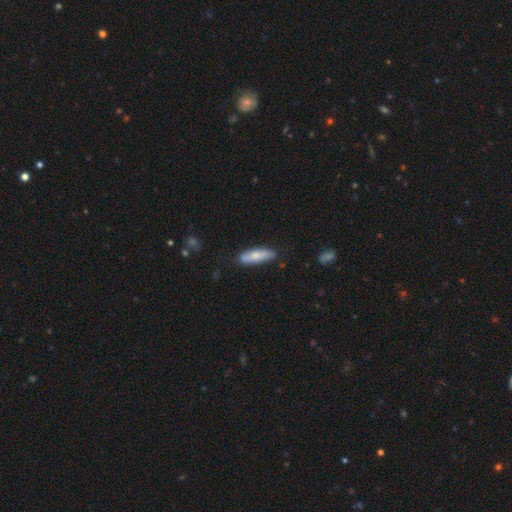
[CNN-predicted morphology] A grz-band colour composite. It shows a smooth galaxy with no disk features (69%) that is cigar-shaped (61%). Merging: none (80%).